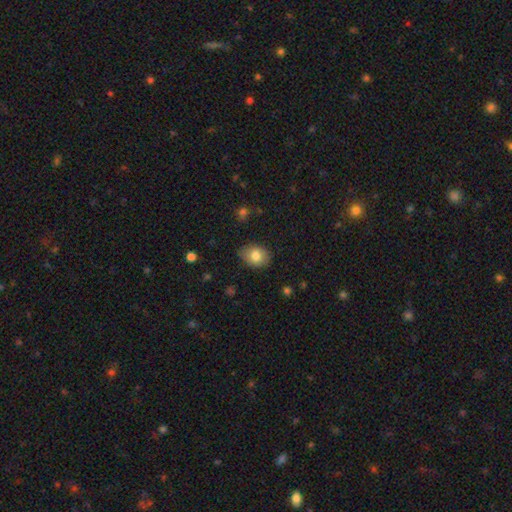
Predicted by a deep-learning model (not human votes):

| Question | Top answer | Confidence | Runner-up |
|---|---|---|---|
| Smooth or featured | smooth | 80% | featured or disk (12%) |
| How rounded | in between | 66% | round (33%) |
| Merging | none | 74% | minor disturbance (21%) |